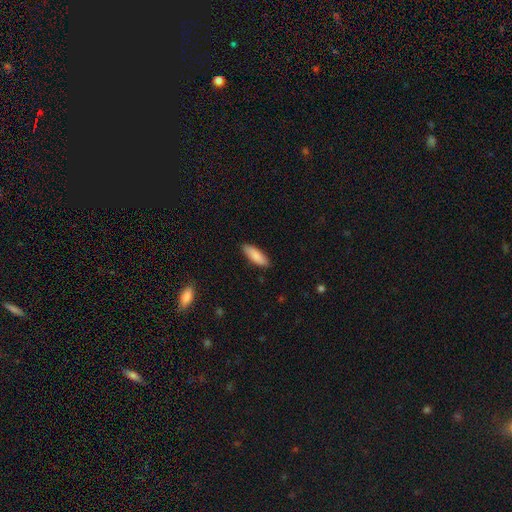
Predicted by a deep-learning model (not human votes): This is clearly a smooth galaxy (86%). How rounded: possibly in between (59%). Merging: clearly none (88%).